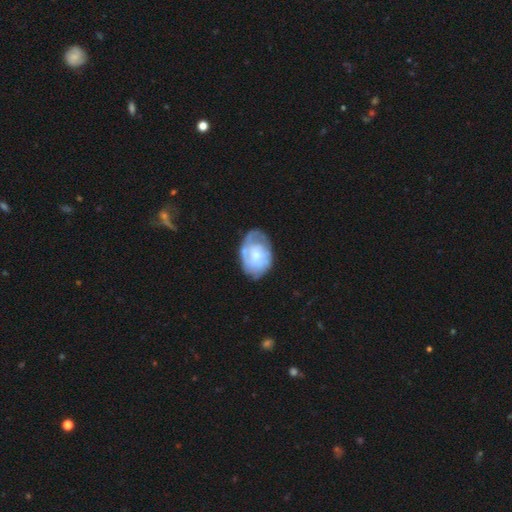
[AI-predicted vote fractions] smooth_or_featured: featured or disk (p=0.58) [alt: smooth p=0.36]
disk_edge_on: no (p=0.97) [alt: yes p=0.03]
bar: no (p=0.70) [alt: weak p=0.26]
has_spiral_arms: yes (p=0.63) [alt: no p=0.37]
bulge_size: small (p=0.46) [alt: moderate p=0.38]
merging: none (p=0.57) [alt: minor disturbance p=0.28]